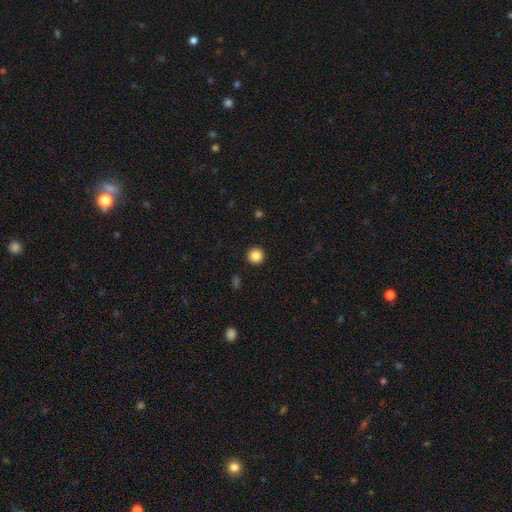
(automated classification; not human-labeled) A smooth galaxy with no disk features (86%) that is round (96%). Merging: none (93%).